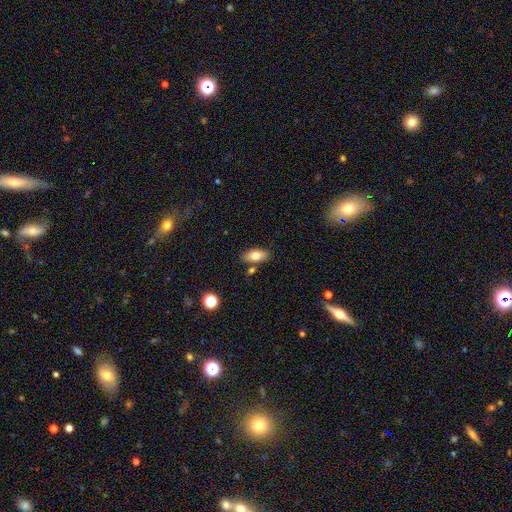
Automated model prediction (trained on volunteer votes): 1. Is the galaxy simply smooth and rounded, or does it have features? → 78% smooth, 14% featured or disk, 8% star or artifact.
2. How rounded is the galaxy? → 90% in between, 6% cigar-shaped, 4% round.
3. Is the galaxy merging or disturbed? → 79% none, 12% minor disturbance, 7% merger, 3% major disturbance.